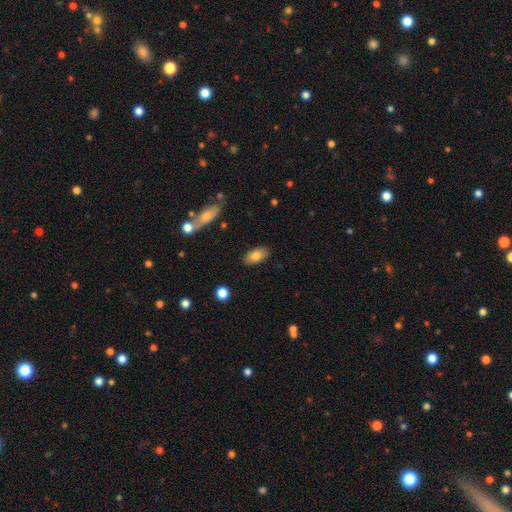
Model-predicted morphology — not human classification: A smooth galaxy with no disk features (80%) that is in between round and cigar-shaped (92%).

Vote fractions:
- Smooth or featured? smooth: 80% / featured or disk: 13% / star or artifact: 7%
- How rounded? in between: 92% / round: 4% / cigar-shaped: 4%
- Merging? none: 87% / minor disturbance: 9% / major disturbance: 2% / merger: 2%